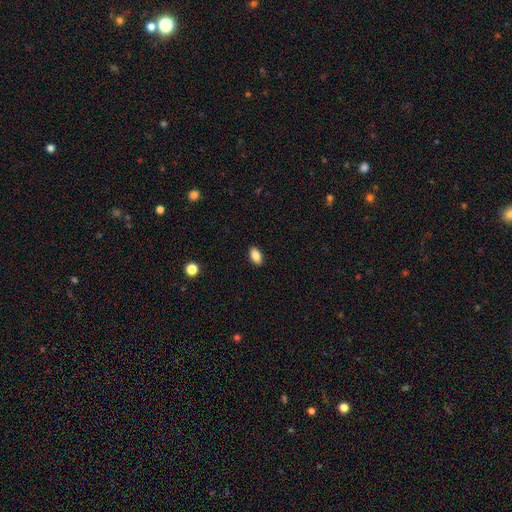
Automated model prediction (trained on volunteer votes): Smooth or featured? Predicted: smooth (p=0.85). How rounded? Predicted: in between (p=0.92). Merging? Predicted: none (p=0.90).